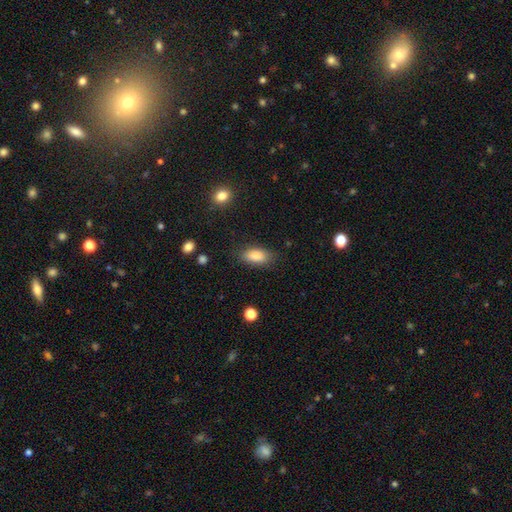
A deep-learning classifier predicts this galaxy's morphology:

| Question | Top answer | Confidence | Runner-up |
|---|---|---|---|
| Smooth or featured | smooth | 83% | featured or disk (9%) |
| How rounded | in between | 88% | cigar-shaped (7%) |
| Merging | none | 82% | minor disturbance (13%) |